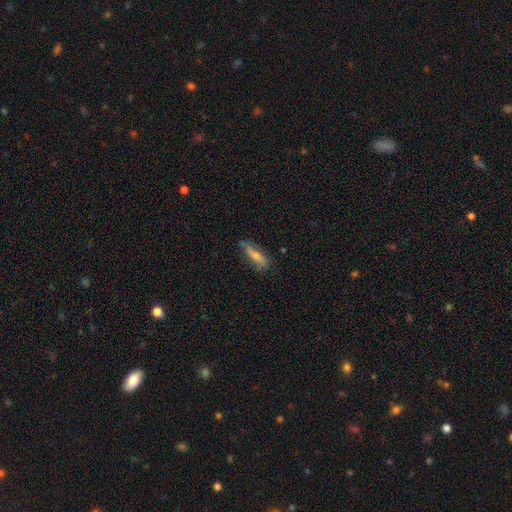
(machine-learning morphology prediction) smooth-or-featured: smooth: 48% | featured or disk: 43% | star or artifact: 9%
  merging: none: 70% | minor disturbance: 23% | major disturbance: 5% | merger: 2%